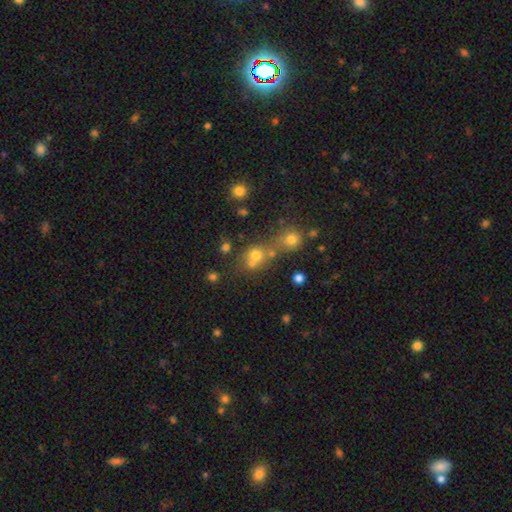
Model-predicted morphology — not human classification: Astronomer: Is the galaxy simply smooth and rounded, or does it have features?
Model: smooth — 67%.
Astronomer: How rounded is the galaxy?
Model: round — 82%.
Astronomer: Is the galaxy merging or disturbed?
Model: none — 45% (runner-up: merger, 43%).